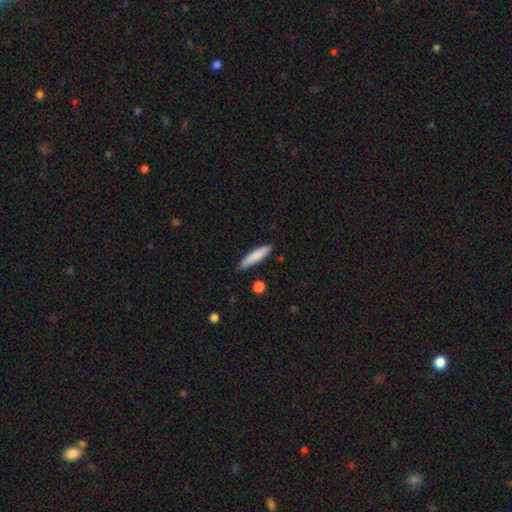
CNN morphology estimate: smooth 82%, featured or disk 12%, star or artifact 6%. Down the decision tree: how rounded — cigar-shaped (82%); merging — none (88%).